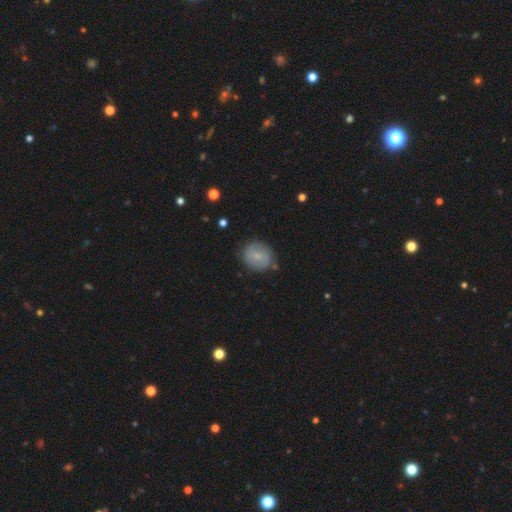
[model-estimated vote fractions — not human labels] smooth 69%, featured or disk 23%, star or artifact 8%. Down the decision tree: how rounded — round (77%); merging — none (81%).